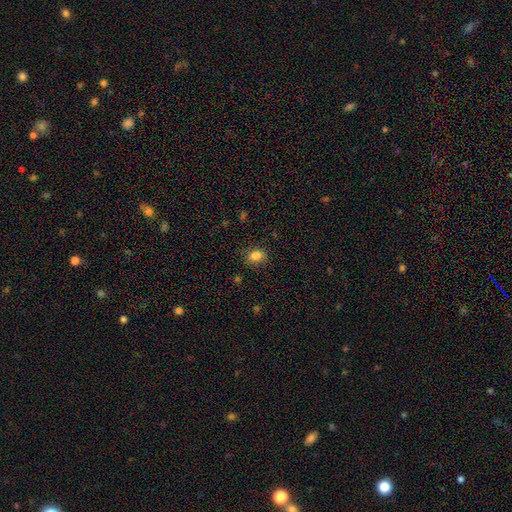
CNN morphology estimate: Overall: smooth (84%). How rounded: in between (66%; round 33%). Merging: none (82%).